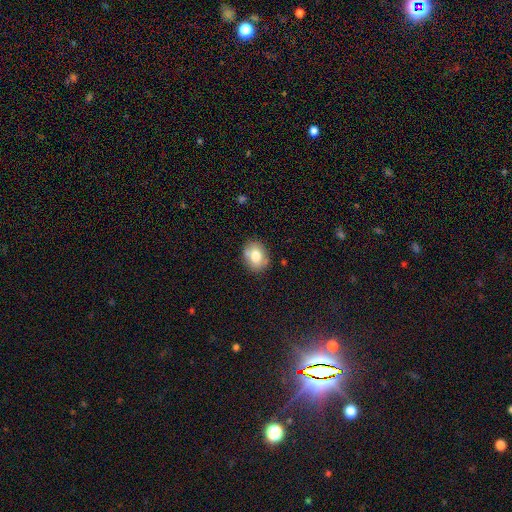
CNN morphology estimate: This appears to be a smooth galaxy with no disk features (74%) that is in between round and cigar-shaped (56%). Merging: none (76%).